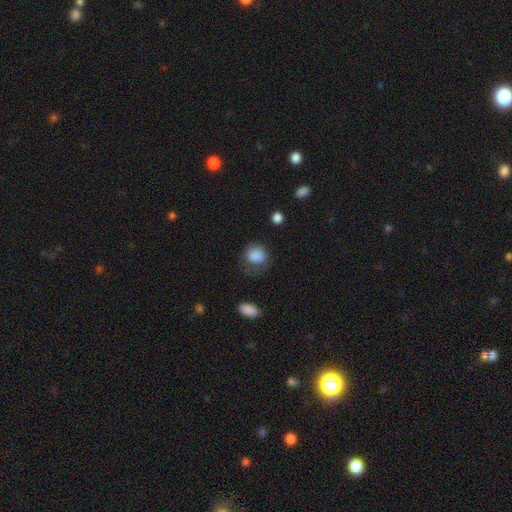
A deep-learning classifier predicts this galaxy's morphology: Smooth or featured? smooth (86%)
How rounded? round (74%)
Merging? none (60%)